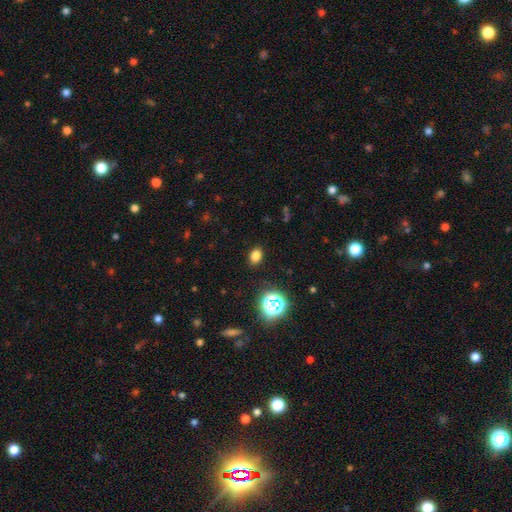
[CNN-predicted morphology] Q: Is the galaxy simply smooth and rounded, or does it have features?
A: smooth — 76%.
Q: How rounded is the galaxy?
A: in between — 71%.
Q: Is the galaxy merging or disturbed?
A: none — 87%.